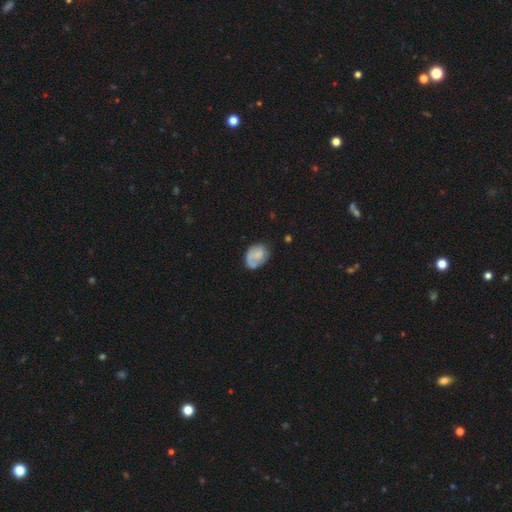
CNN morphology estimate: The model was most divided on "merging": none: 50%, minor disturbance: 30%, major disturbance: 15%, merger: 5%. More confident: how rounded — in between (71%); smooth or featured — smooth (63%).